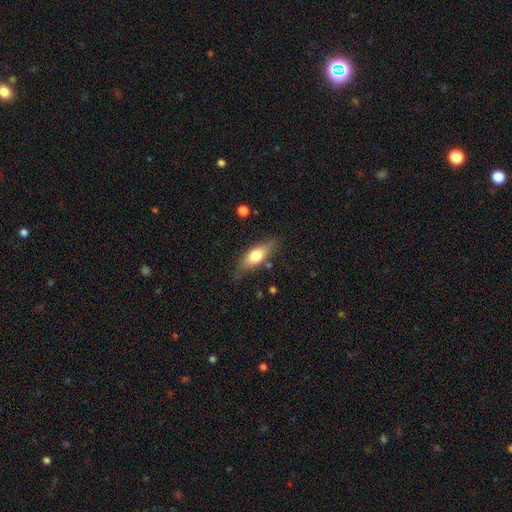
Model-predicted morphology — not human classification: Smooth or featured: smooth — 67% (featured or disk — 27%)
How rounded: in between — 70% (cigar-shaped — 26%)
Merging: none — 78% (minor disturbance — 16%)